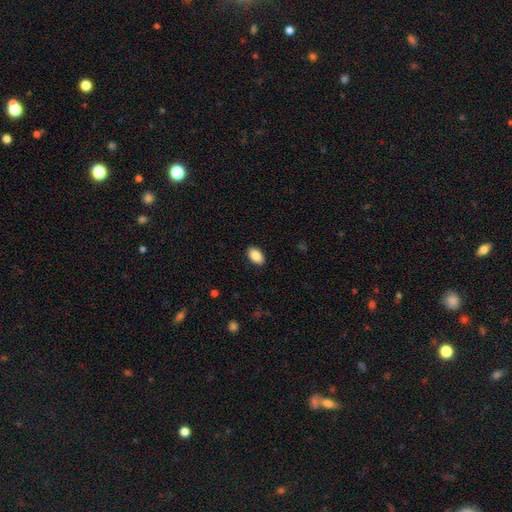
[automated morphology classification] Smooth or featured?
  - smooth: 89% *
  - star or artifact: 7%
  - featured or disk: 4%
How rounded?
  - in between: 92% *
  - round: 6%
  - cigar-shaped: 1%
Merging?
  - none: 89% *
  - minor disturbance: 8%
  - major disturbance: 2%
  - merger: 1%